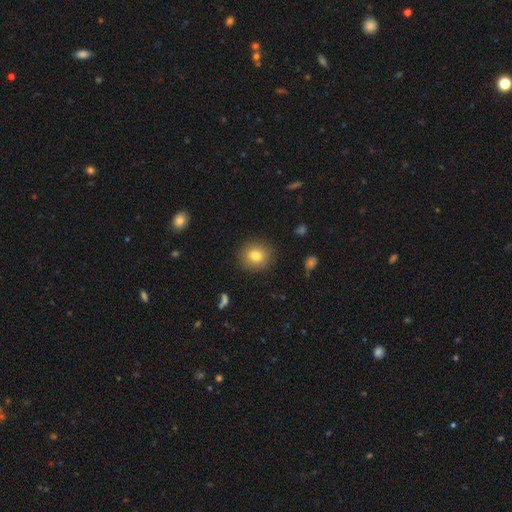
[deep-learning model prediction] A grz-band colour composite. It shows a smooth galaxy with no disk features (80%) that is round (85%). Merging: none (89%).